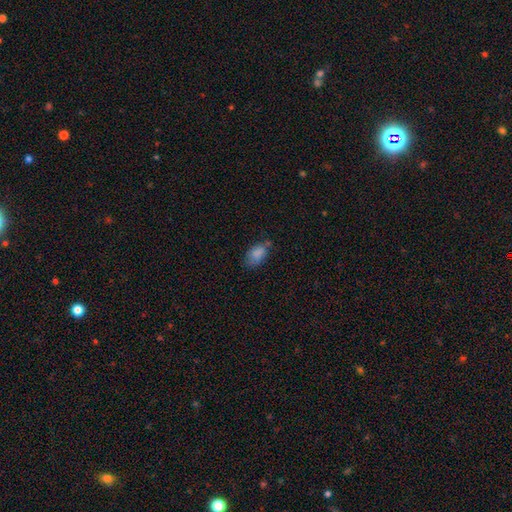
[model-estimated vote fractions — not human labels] Smooth or featured? smooth (78%)
How rounded? in between (88%)
Merging? none (58%)